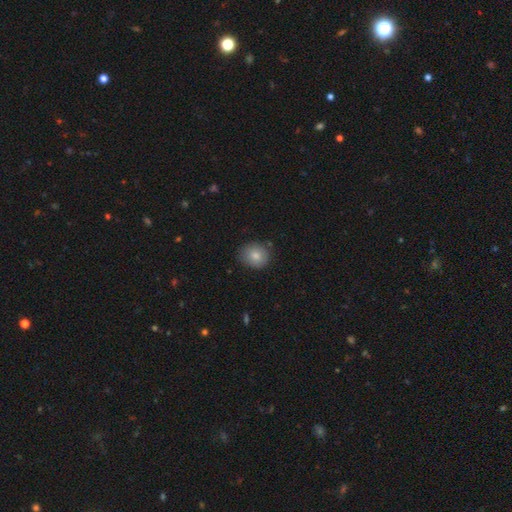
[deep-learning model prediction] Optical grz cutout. It shows a smooth galaxy with no disk features (81%) that is round (76%). Merging: none (81%).